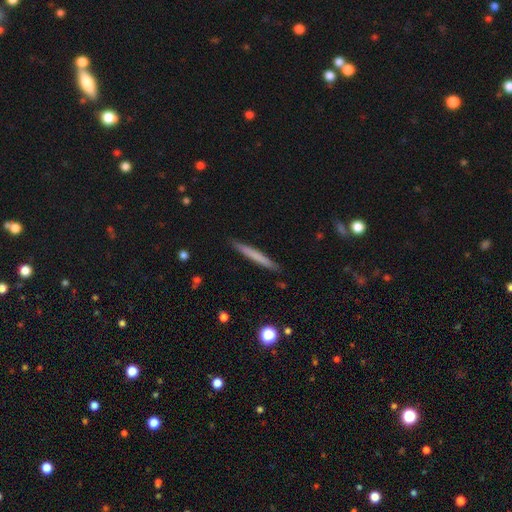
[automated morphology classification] smooth-or-featured: smooth: 65% | featured or disk: 30% | star or artifact: 6%
  how-rounded: cigar-shaped: 97% | in between: 2% | round: 1%
  merging: none: 90% | minor disturbance: 7% | major disturbance: 1% | merger: 1%